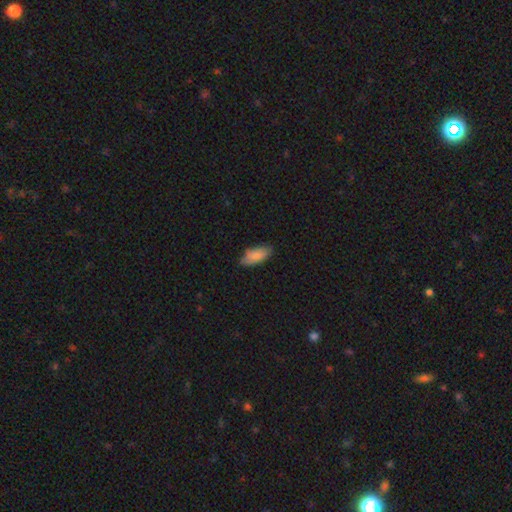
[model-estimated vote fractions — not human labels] Morphology: type=smooth (84%); roundness=in between (84%); merging=none (75%).